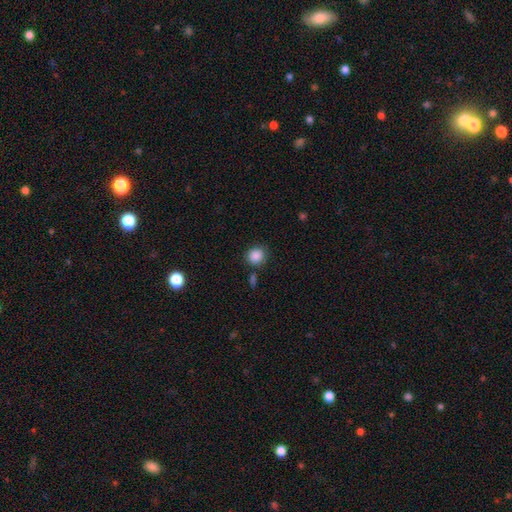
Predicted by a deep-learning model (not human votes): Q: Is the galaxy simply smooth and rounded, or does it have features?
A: smooth — 87%.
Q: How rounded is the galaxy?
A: round — 86%.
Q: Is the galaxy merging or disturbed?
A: none — 81%.